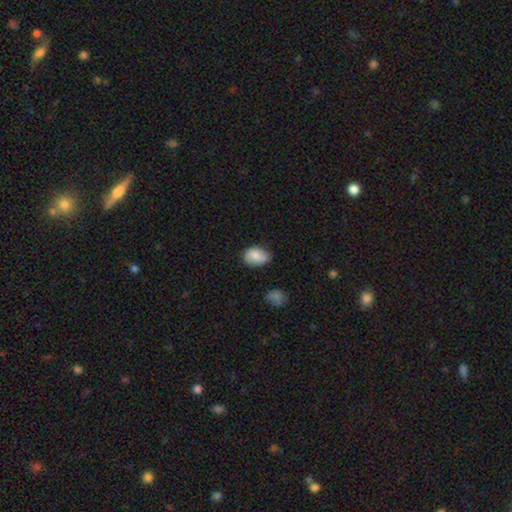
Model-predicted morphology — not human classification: Q: Smooth or featured?
A: smooth (79%); runner-up: featured or disk (14%)
Q: How rounded?
A: in between (77%); runner-up: round (22%)
Q: Merging?
A: none (67%); runner-up: minor disturbance (26%)